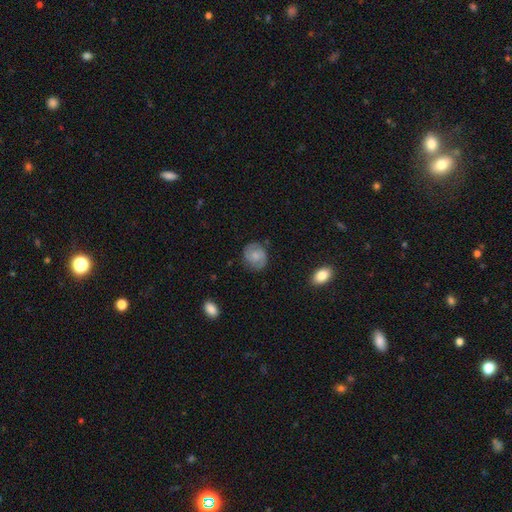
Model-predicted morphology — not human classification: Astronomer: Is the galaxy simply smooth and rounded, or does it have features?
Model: featured or disk — 56% (runner-up: smooth, 37%).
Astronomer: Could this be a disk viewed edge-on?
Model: no — 98%.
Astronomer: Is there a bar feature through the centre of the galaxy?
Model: no — 64%.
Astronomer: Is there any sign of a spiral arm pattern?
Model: yes — 91%.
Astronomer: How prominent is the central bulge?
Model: small — 49% (runner-up: moderate, 34%).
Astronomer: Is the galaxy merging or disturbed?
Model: none — 81%.